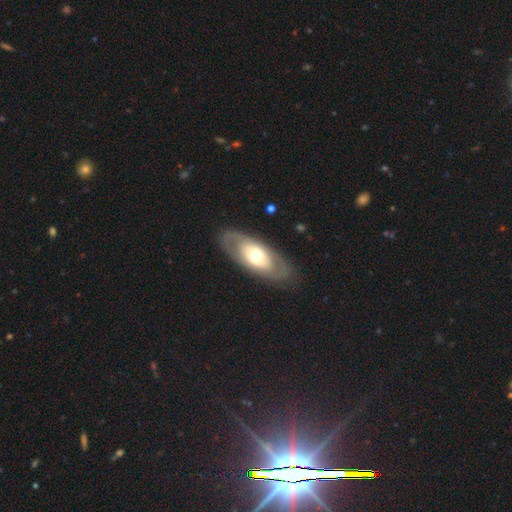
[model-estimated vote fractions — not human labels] A featured or disk galaxy (55%). Merging: none (82%).